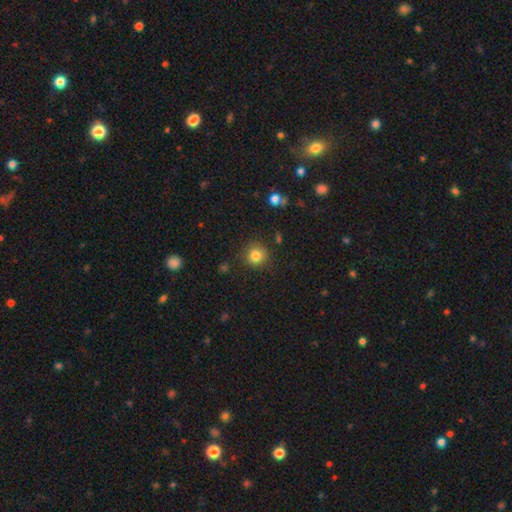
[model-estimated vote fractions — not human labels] Overall: smooth (82%). How rounded: round (91%). Merging: none (86%).